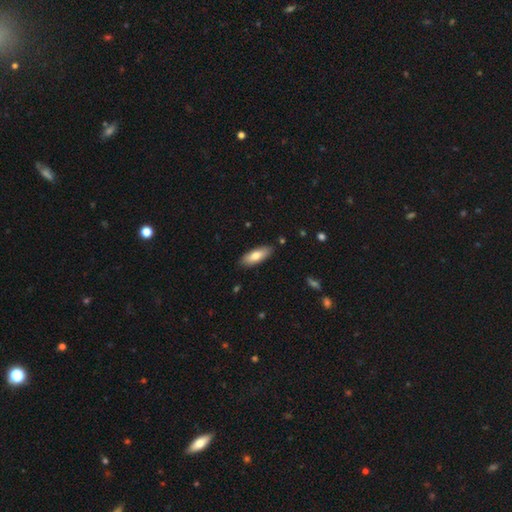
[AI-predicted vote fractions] Smooth or featured?
  - smooth: 75% *
  - featured or disk: 19%
  - star or artifact: 6%
How rounded?
  - in between: 69% *
  - cigar-shaped: 30%
  - round: 2%
Merging?
  - none: 87% *
  - minor disturbance: 10%
  - major disturbance: 2%
  - merger: 1%